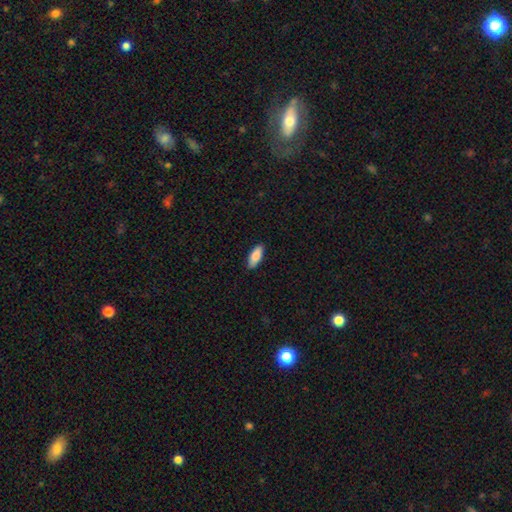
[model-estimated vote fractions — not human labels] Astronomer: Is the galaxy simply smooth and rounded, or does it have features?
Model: smooth — 85%.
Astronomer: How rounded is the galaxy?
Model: in between — 76%.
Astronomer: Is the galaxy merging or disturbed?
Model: none — 89%.